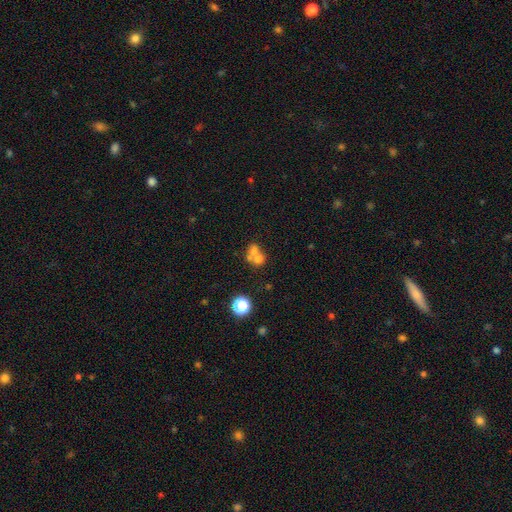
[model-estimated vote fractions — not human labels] Morphology: type=smooth (60%); roundness=round (68%); merging=merger (61%).